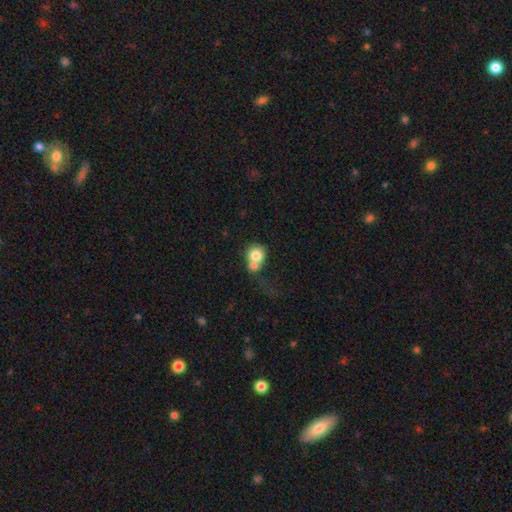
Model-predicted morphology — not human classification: Q: Smooth or featured?
A: smooth (75%); runner-up: featured or disk (16%)
Q: How rounded?
A: round (74%); runner-up: in between (25%)
Q: Merging?
A: merger (54%); runner-up: none (26%)